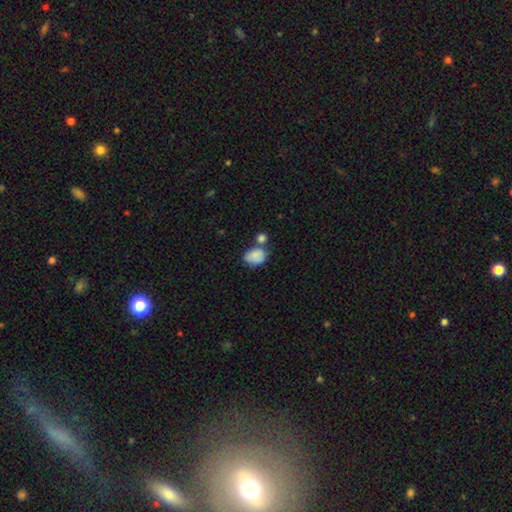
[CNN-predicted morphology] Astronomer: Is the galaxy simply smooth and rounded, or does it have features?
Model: smooth — 82%.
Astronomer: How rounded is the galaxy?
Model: in between — 67%.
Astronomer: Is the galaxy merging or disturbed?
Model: none — 40% (runner-up: merger, 37%).